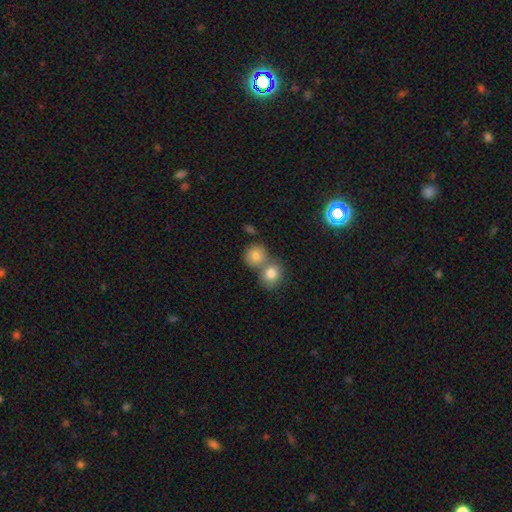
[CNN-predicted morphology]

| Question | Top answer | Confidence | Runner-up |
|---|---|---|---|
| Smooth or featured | smooth | 81% | star or artifact (10%) |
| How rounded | round | 81% | in between (18%) |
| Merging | merger | 48% | none (41%) |